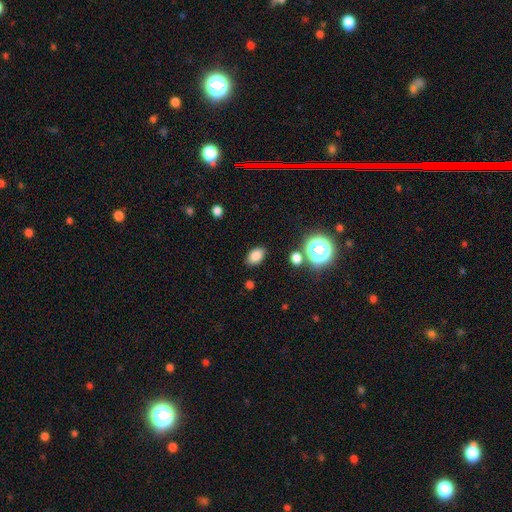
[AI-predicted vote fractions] Smooth or featured? smooth (82%)
How rounded? in between (84%)
Merging? none (84%)